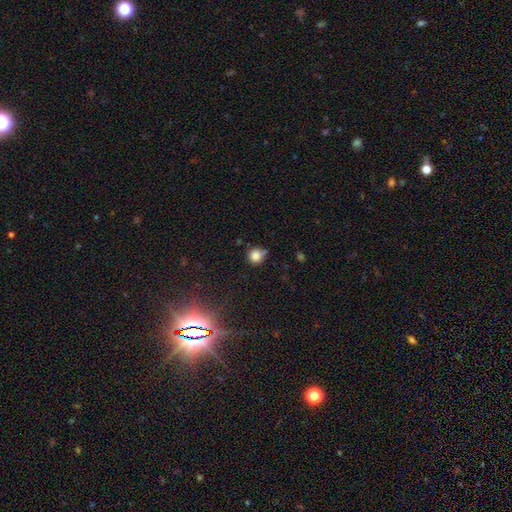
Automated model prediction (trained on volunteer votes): Smooth or featured? smooth (82%)
How rounded? round (88%)
Merging? none (60%)